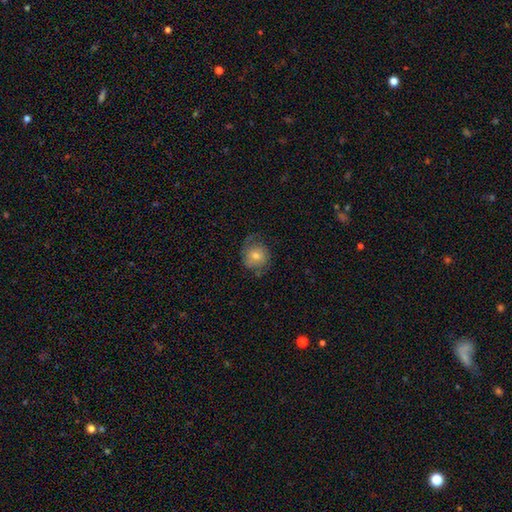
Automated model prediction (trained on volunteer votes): Smooth or featured? smooth (55%)
How rounded? round (80%)
Merging? none (62%)